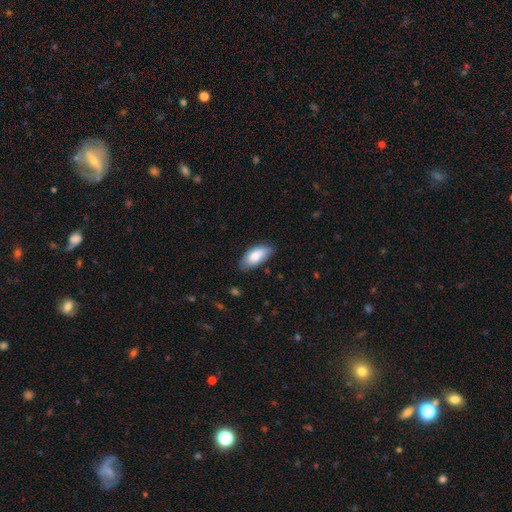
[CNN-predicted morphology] A smooth galaxy with no disk features (82%) that is in between round and cigar-shaped (89%).

Vote fractions:
- Smooth or featured? smooth: 82% / featured or disk: 12% / star or artifact: 6%
- How rounded? in between: 89% / cigar-shaped: 9% / round: 2%
- Merging? none: 73% / minor disturbance: 22% / major disturbance: 4% / merger: 1%